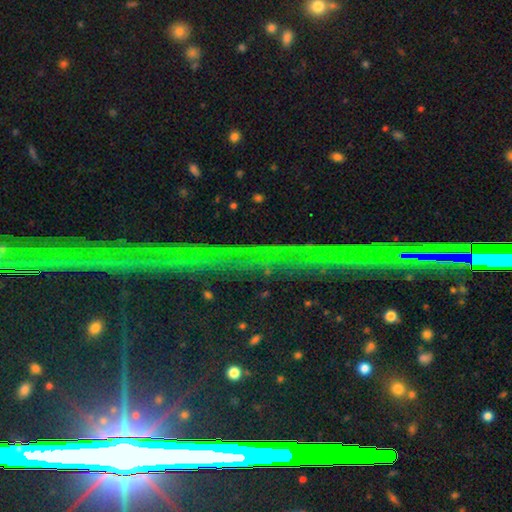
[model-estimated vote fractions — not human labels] Smooth or featured? Predicted: star or artifact (p=0.76).